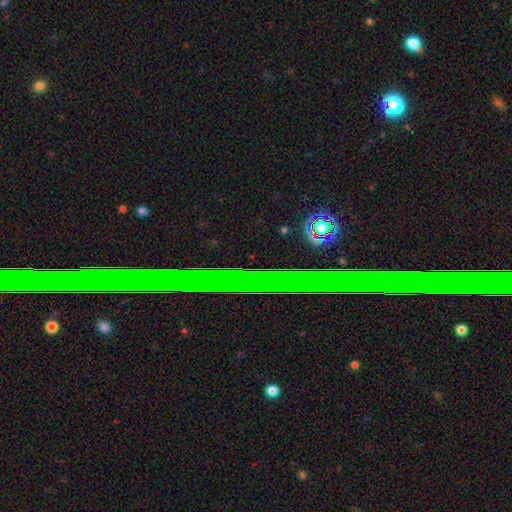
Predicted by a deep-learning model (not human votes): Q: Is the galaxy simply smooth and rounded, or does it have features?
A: star or artifact — 76%.